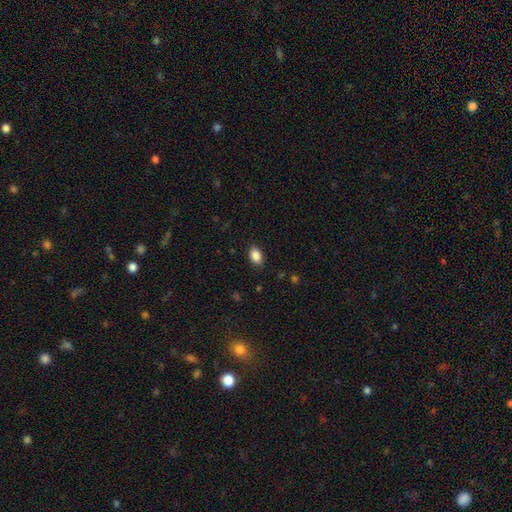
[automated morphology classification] smooth 88%, star or artifact 8%, featured or disk 4%. Down the decision tree: how rounded — in between (90%); merging — none (88%).